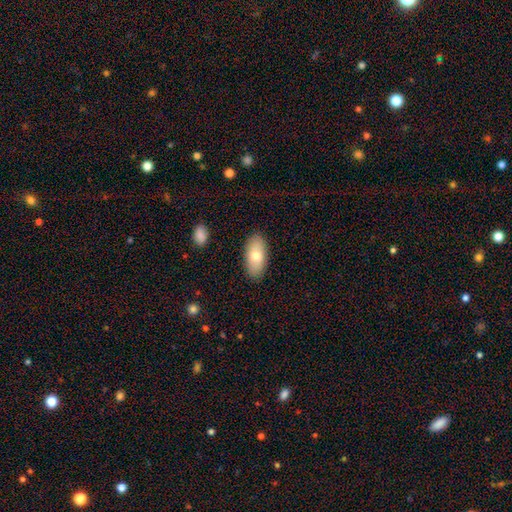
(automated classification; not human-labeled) Smooth or featured: smooth — 76% (featured or disk — 18%)
How rounded: in between — 91% (cigar-shaped — 6%)
Merging: none — 88% (minor disturbance — 9%)